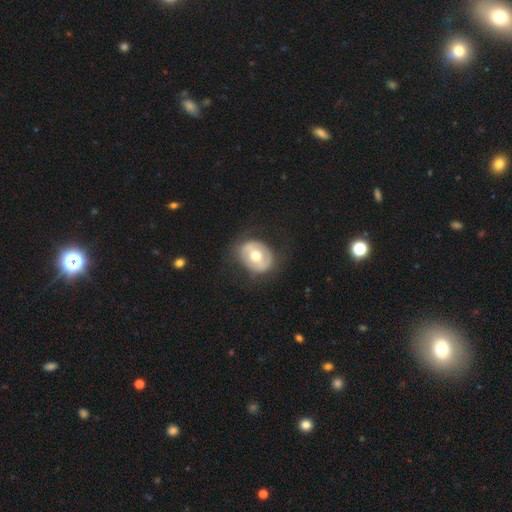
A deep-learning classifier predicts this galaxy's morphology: This is possibly a featured or disk galaxy (52%). It is clearly not viewed edge-on (95%). Merging: likely none (74%).